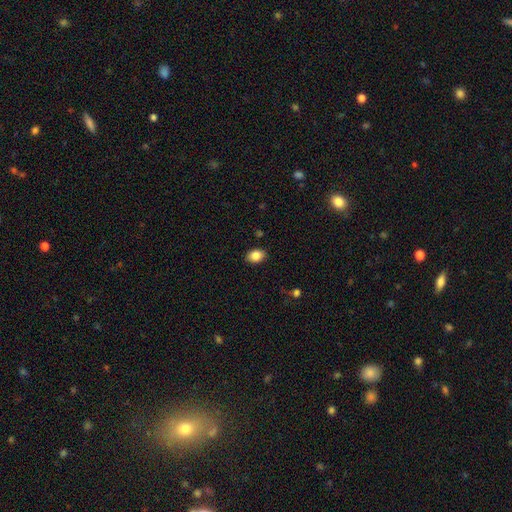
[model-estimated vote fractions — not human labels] The model was most divided on "how rounded": in between: 78%, round: 21%, cigar-shaped: 1%. More confident: merging — none (88%); smooth or featured — smooth (86%).